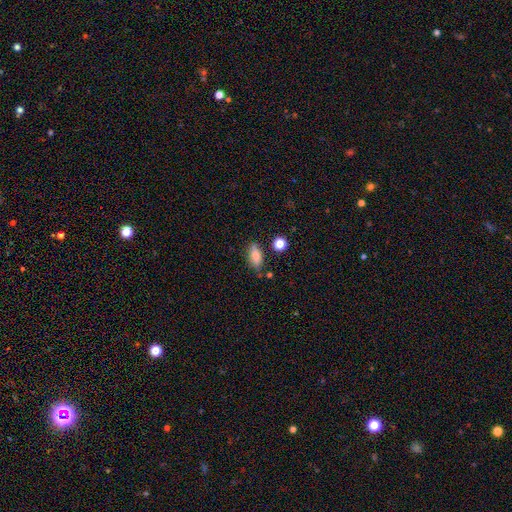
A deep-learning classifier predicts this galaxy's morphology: type=smooth (73%); roundness=in between (74%); merging=none (74%).